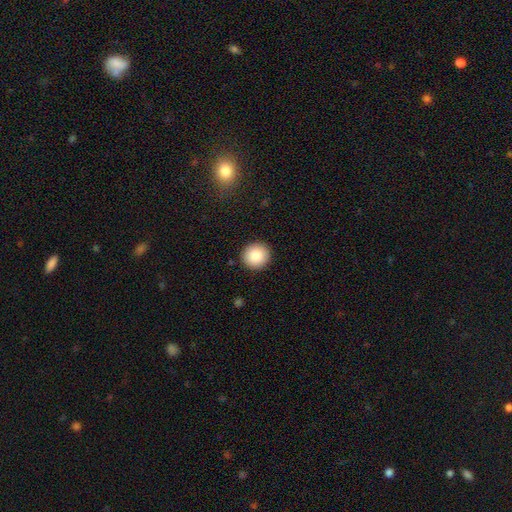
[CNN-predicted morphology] Smooth or featured: smooth — 86% (star or artifact — 8%)
How rounded: round — 93% (in between — 6%)
Merging: none — 92% (minor disturbance — 5%)